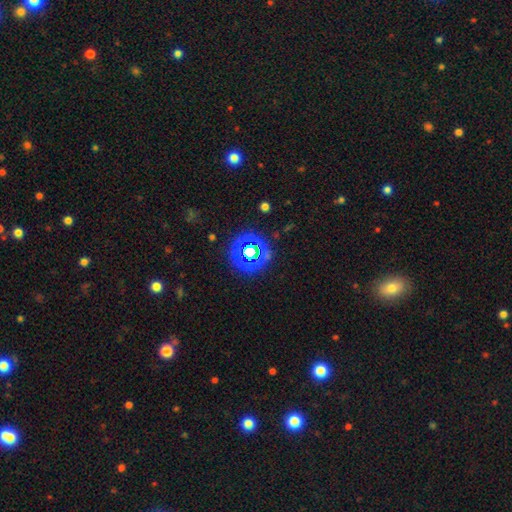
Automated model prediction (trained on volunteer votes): smooth_or_featured: star or artifact (p=0.59) [alt: smooth p=0.34]